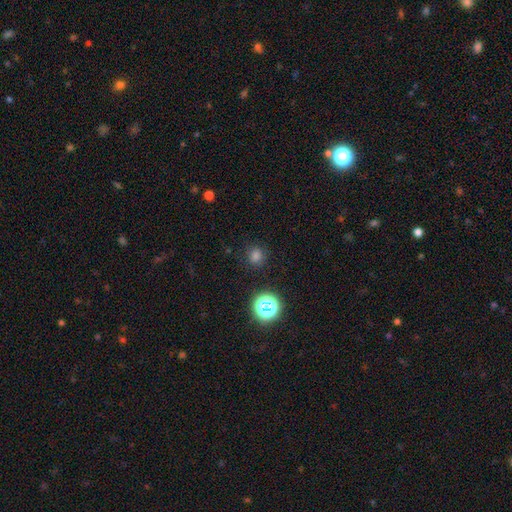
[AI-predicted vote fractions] Morphology: type=smooth (73%); roundness=round (88%); merging=none (87%).